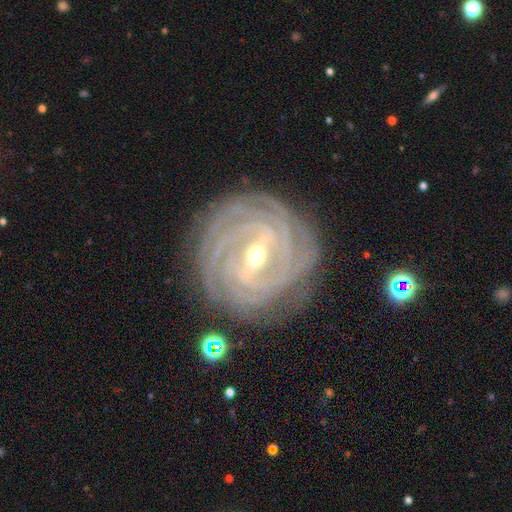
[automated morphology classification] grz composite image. It shows a featured or disk galaxy (92%) with a strong bar (61%), 4 (33%) tight (90%) spiral arms (98%) and a moderate central bulge (54%). Merging: none (85%).